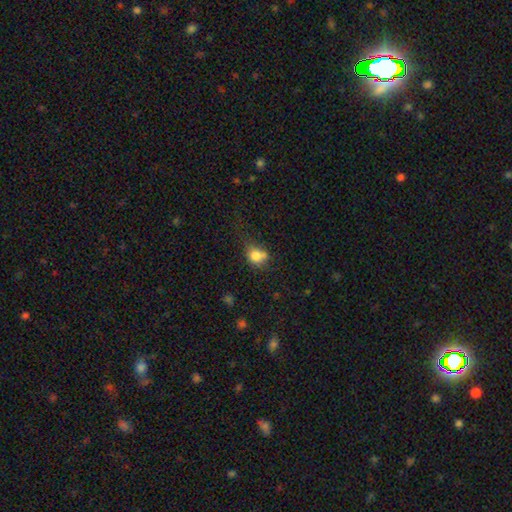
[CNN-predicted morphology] Q: Smooth or featured?
A: smooth (79%); runner-up: star or artifact (11%)
Q: How rounded?
A: round (60%); runner-up: in between (38%)
Q: Merging?
A: none (43%); runner-up: minor disturbance (29%)